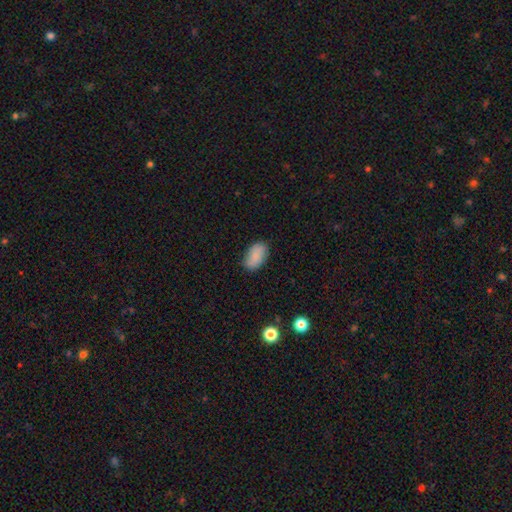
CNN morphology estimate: smooth 84%, featured or disk 8%, star or artifact 8%. Down the decision tree: how rounded — in between (93%); merging — none (81%).